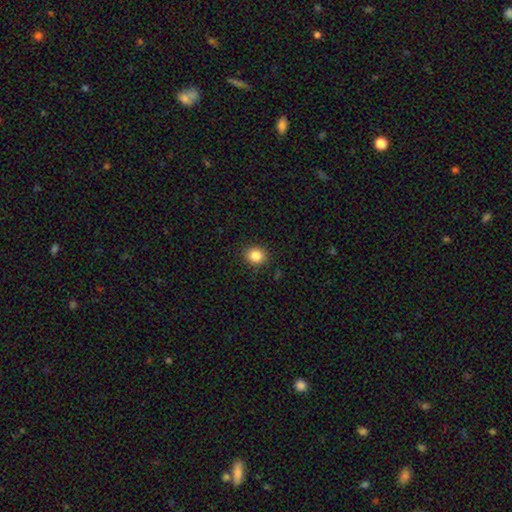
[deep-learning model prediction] Morphology: type=smooth (85%); roundness=round (75%); merging=none (89%).